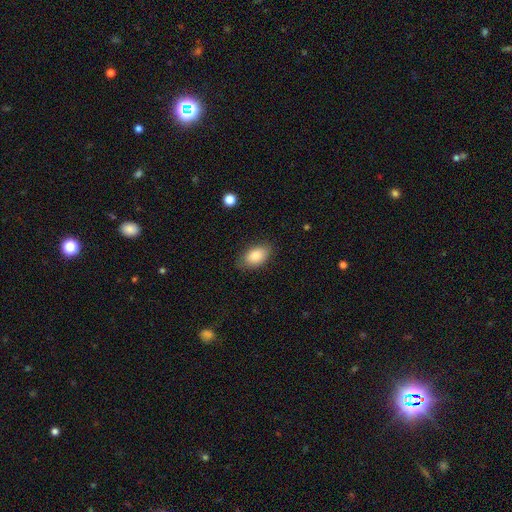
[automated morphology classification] The model was most divided on "merging": none: 82%, minor disturbance: 14%, major disturbance: 3%, merger: 1%. More confident: how rounded — in between (92%); smooth or featured — smooth (85%).